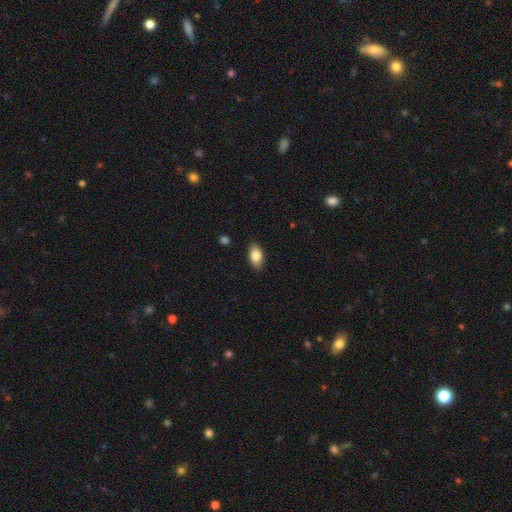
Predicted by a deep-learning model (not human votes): Overall: smooth (85%). How rounded: in between (92%). Merging: none (88%).